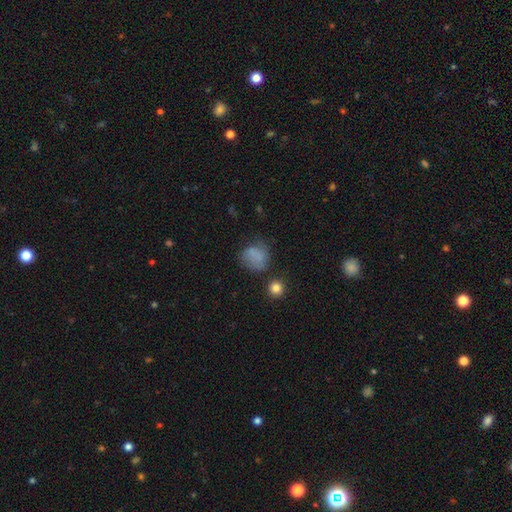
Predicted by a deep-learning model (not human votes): A smooth galaxy with no disk features (75%) that is round (70%).

Vote fractions:
- Smooth or featured? smooth: 75% / featured or disk: 14% / star or artifact: 11%
- How rounded? round: 70% / in between: 29% / cigar-shaped: 1%
- Merging? none: 51% / minor disturbance: 28% / major disturbance: 16% / merger: 5%